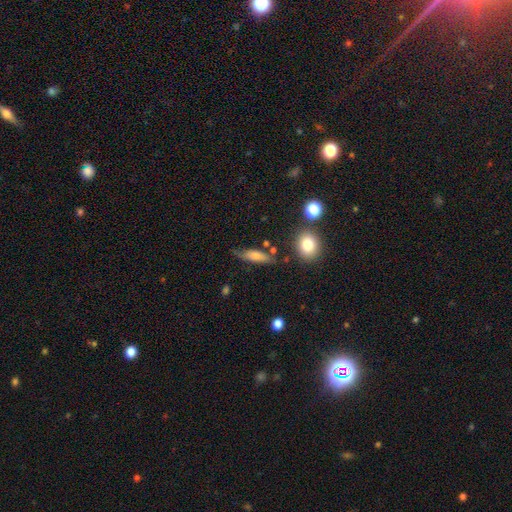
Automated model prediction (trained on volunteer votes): smooth 69%, featured or disk 23%, star or artifact 8%. Down the decision tree: how rounded — cigar-shaped (51%); merging — none (63%).